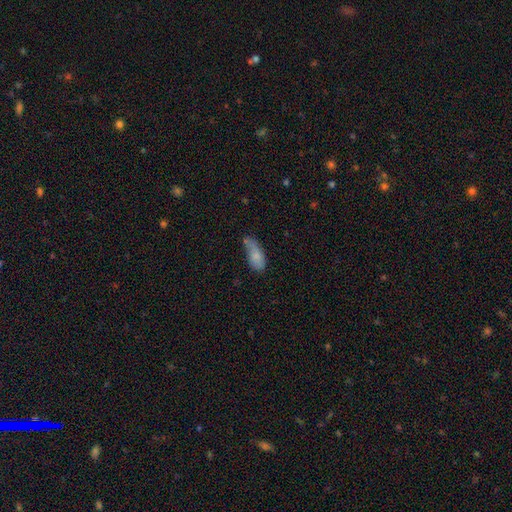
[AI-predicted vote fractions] smooth 78%, featured or disk 14%, star or artifact 8%. Down the decision tree: how rounded — in between (79%); merging — none (42%).